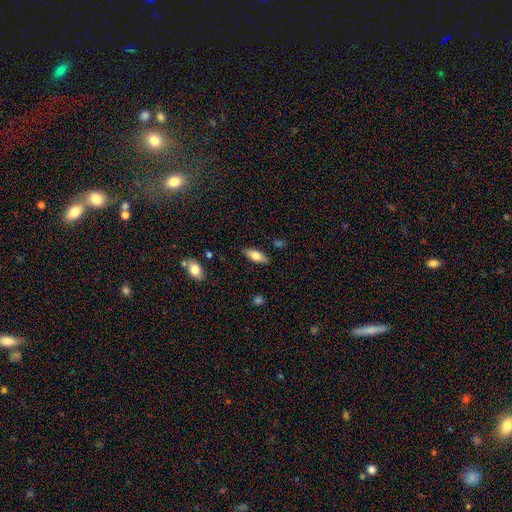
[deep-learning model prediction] A smooth galaxy with no disk features (74%) that is in between round and cigar-shaped (80%).

Vote fractions:
- Smooth or featured? smooth: 74% / featured or disk: 19% / star or artifact: 6%
- How rounded? in between: 80% / cigar-shaped: 17% / round: 2%
- Merging? none: 85% / minor disturbance: 11% / major disturbance: 2% / merger: 2%